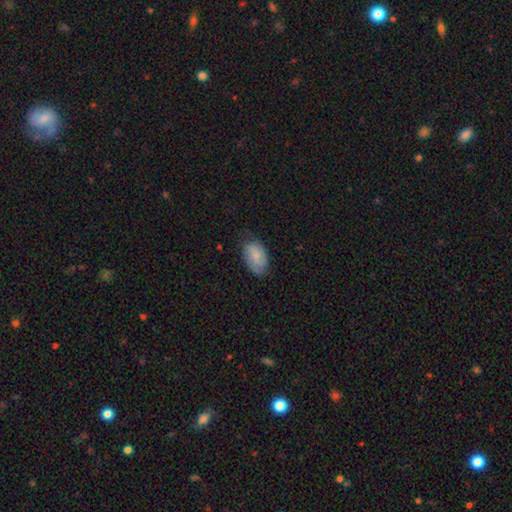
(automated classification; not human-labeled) The model was most divided on "smooth or featured": smooth: 67%, featured or disk: 26%, star or artifact: 7%. More confident: how rounded — in between (92%); merging — none (68%).